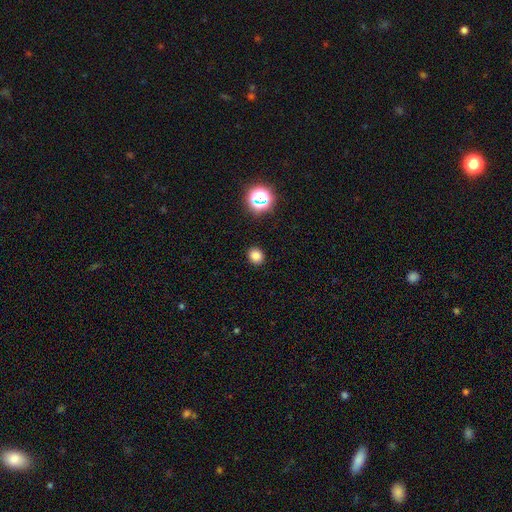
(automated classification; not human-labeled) This appears to be a smooth galaxy with no disk features (80%) that is round (75%). Merging: none (90%).